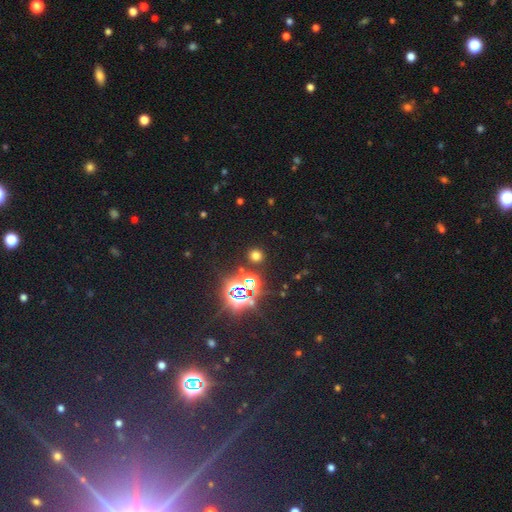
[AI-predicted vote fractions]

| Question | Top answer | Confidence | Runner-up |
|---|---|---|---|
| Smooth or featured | smooth | 58% | star or artifact (36%) |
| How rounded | round | 88% | in between (11%) |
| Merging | none | 88% | minor disturbance (6%) |